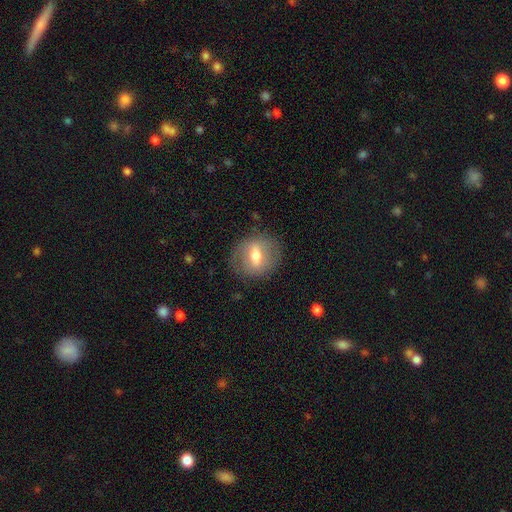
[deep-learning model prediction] A smooth galaxy with no disk features (48%). Merging: none (79%).